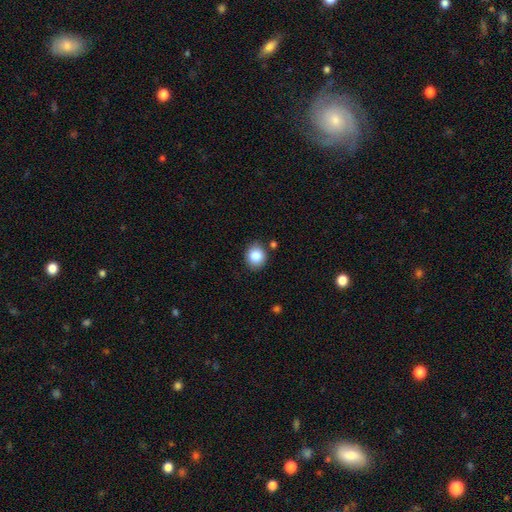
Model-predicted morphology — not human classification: The model was most divided on "how rounded": round: 77%, in between: 22%, cigar-shaped: 1%. More confident: smooth or featured — smooth (86%); merging — none (84%).